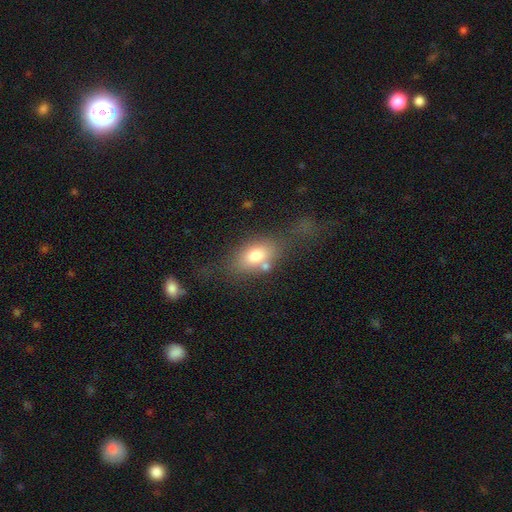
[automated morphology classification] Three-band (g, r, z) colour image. It shows a smooth galaxy with no disk features (74%) that is in between round and cigar-shaped (83%). Merging: none (48%).